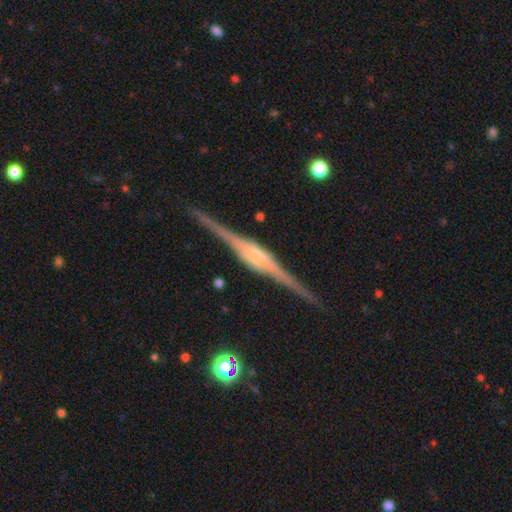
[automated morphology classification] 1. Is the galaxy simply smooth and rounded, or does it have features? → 89% featured or disk, 6% smooth, 5% star or artifact.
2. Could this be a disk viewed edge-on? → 98% yes, 2% no.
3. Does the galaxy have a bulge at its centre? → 51% rounded, 43% boxy, 6% none.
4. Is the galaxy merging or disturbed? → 90% none, 7% minor disturbance, 2% major disturbance, 1% merger.